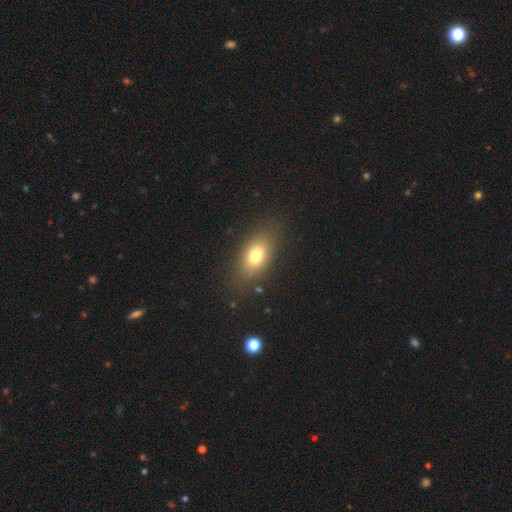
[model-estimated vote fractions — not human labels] Morphology: type=smooth (74%); roundness=in between (81%); merging=none (82%).